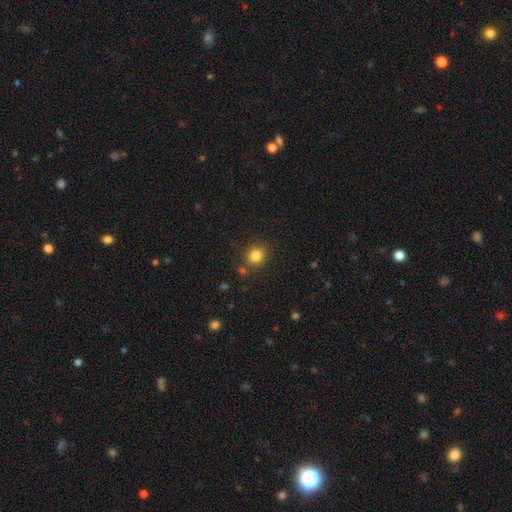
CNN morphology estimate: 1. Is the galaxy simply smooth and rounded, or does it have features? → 83% smooth, 12% star or artifact, 5% featured or disk.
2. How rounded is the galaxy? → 75% round, 24% in between, 1% cigar-shaped.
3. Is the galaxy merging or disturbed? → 81% none, 10% minor disturbance, 5% merger, 3% major disturbance.